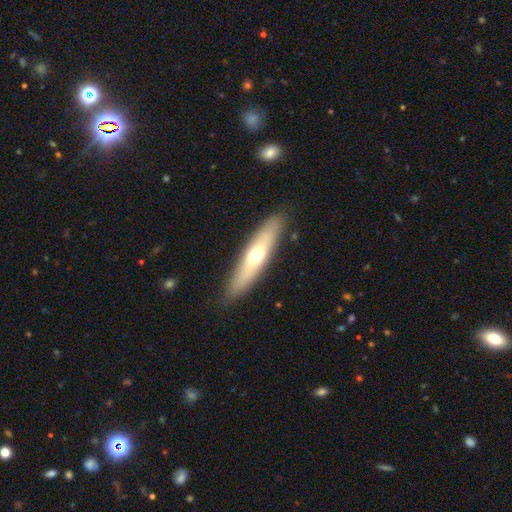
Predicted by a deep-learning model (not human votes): Smooth or featured? smooth (55%)
How rounded? cigar-shaped (77%)
Merging? none (88%)